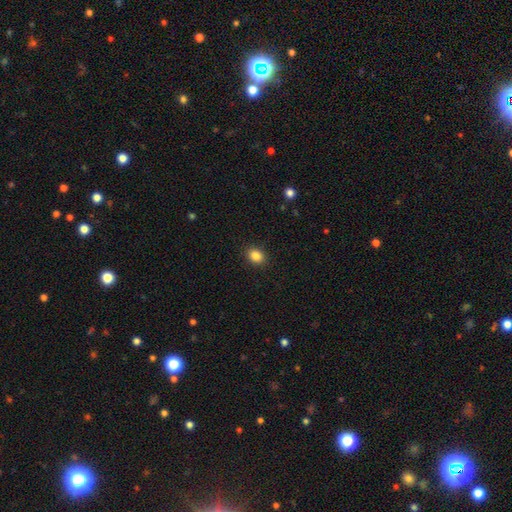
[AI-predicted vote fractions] Smooth or featured? Predicted: smooth (p=0.86). How rounded? Predicted: in between (p=0.54). Merging? Predicted: none (p=0.90).